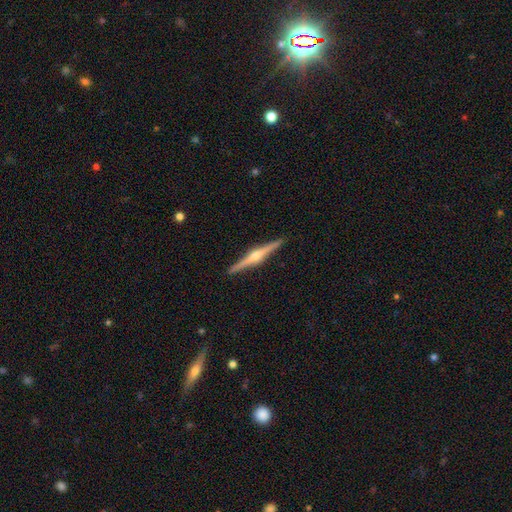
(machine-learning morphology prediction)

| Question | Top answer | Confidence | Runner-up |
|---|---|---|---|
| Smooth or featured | featured or disk | 83% | smooth (12%) |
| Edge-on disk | yes | 99% | no (1%) |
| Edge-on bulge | rounded | 90% | boxy (6%) |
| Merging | none | 93% | minor disturbance (5%) |